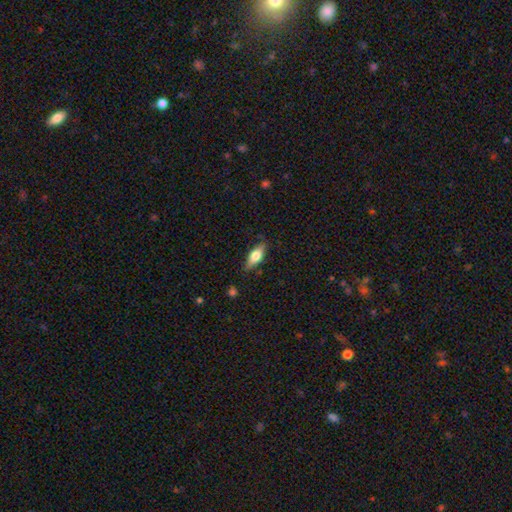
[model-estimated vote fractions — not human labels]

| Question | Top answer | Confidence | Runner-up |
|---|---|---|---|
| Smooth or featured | smooth | 54% | featured or disk (39%) |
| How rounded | in between | 66% | cigar-shaped (30%) |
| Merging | none | 80% | minor disturbance (15%) |